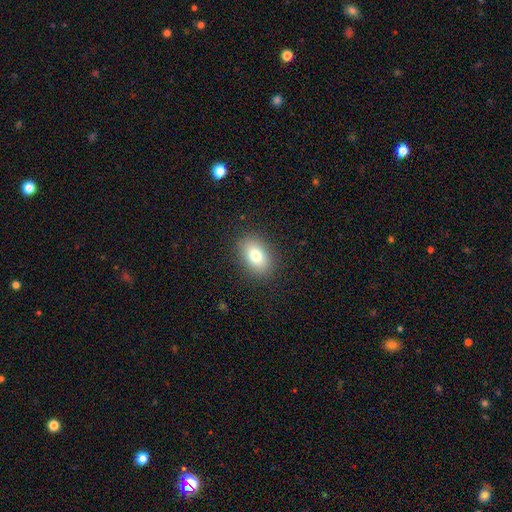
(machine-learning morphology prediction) A smooth galaxy with no disk features (79%) that is in between round and cigar-shaped (82%). Merging: none (88%).